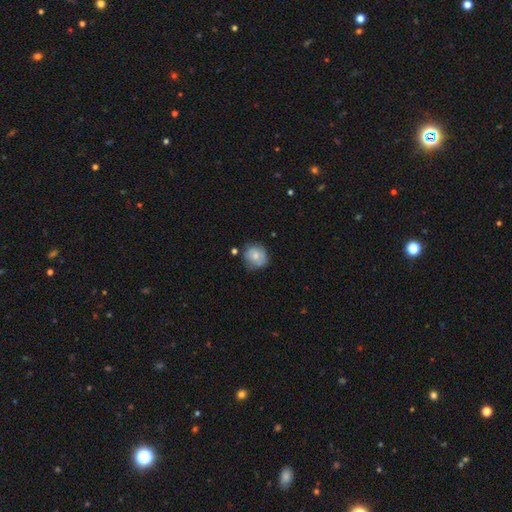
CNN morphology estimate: type=smooth (68%); roundness=round (79%); merging=none (64%).